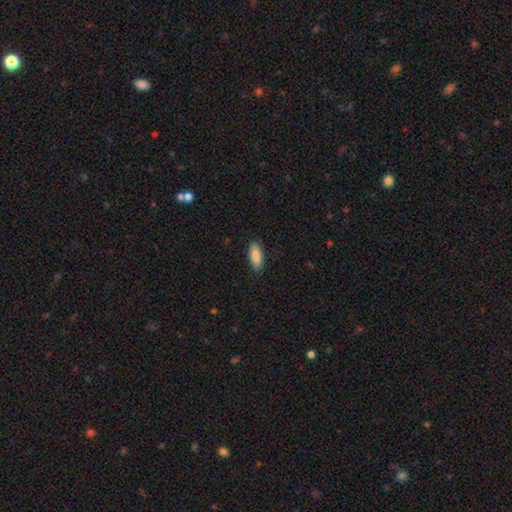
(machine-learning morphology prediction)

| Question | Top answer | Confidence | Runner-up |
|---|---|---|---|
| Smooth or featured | smooth | 89% | star or artifact (6%) |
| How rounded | in between | 76% | cigar-shaped (22%) |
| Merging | none | 88% | minor disturbance (9%) |